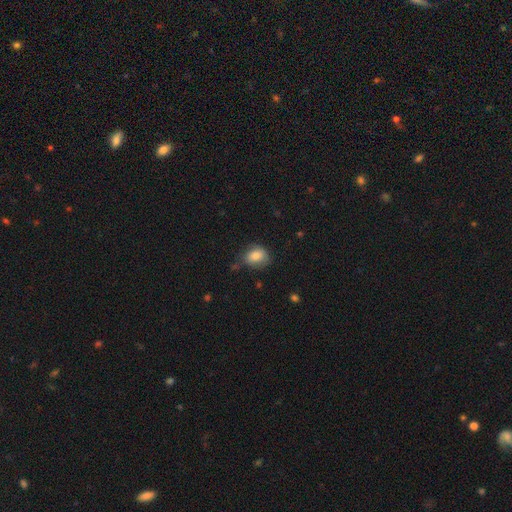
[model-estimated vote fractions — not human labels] A smooth galaxy with no disk features (82%) that is in between round and cigar-shaped (55%). Merging: none (60%).